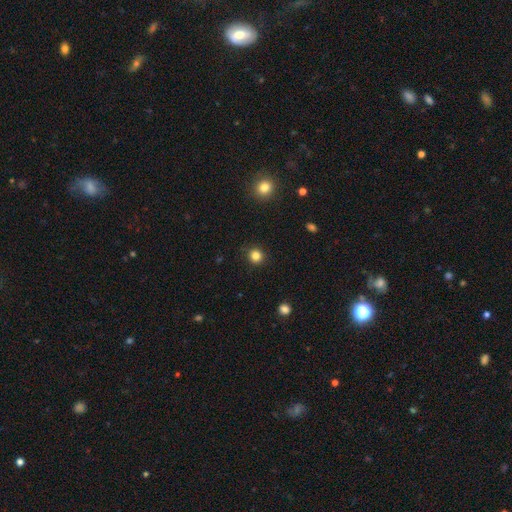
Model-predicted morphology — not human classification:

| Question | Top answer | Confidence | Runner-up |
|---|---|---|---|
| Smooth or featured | smooth | 84% | star or artifact (12%) |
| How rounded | round | 90% | in between (9%) |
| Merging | none | 90% | minor disturbance (7%) |